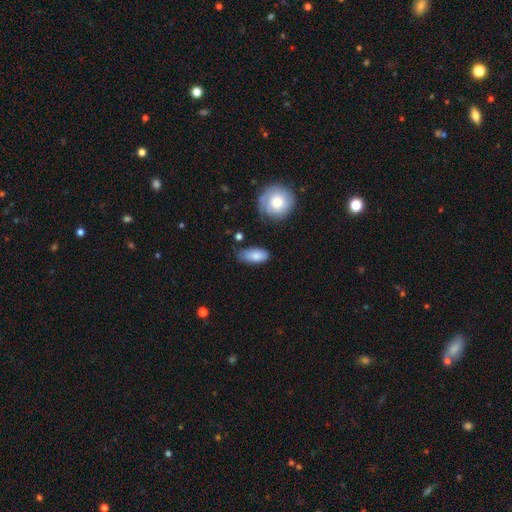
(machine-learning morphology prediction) Smooth or featured? smooth (80%)
How rounded? in between (88%)
Merging? none (63%)